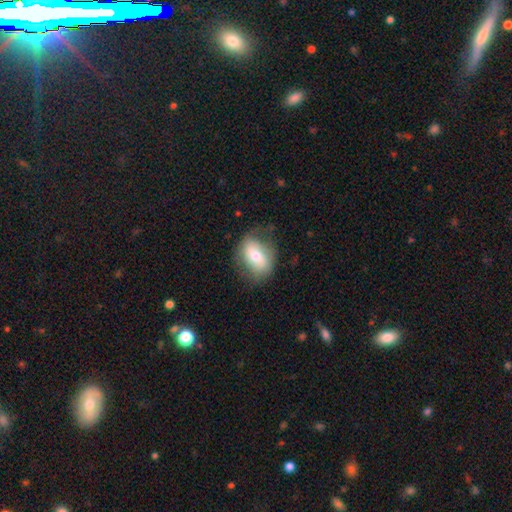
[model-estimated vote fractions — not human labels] A smooth galaxy with no disk features (59%) that is in between round and cigar-shaped (76%). Merging: none (66%).